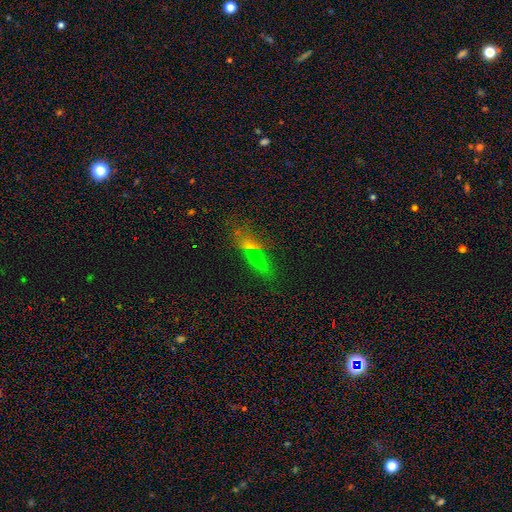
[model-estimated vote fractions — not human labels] Smooth or featured? Predicted: smooth (p=0.42). Merging? Predicted: none (p=0.61).